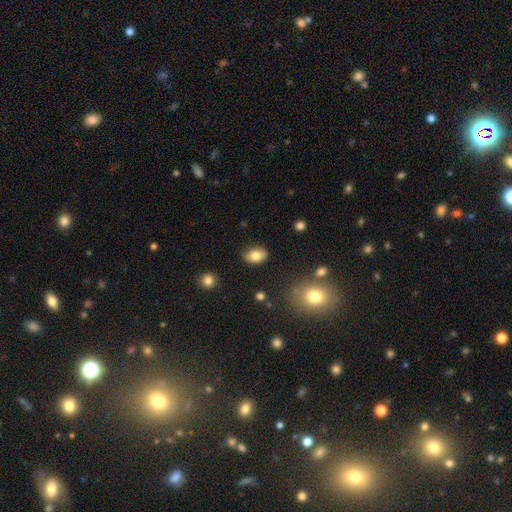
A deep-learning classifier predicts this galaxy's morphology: A smooth galaxy with no disk features (81%) that is in between round and cigar-shaped (82%). Merging: none (83%).